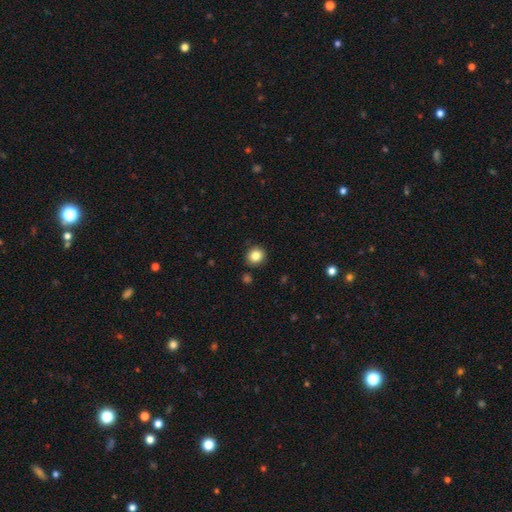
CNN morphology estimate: Smooth or featured?
  - smooth: 84% *
  - star or artifact: 11%
  - featured or disk: 5%
How rounded?
  - round: 87% *
  - in between: 12%
  - cigar-shaped: 1%
Merging?
  - none: 89% *
  - minor disturbance: 7%
  - merger: 2%
  - major disturbance: 2%